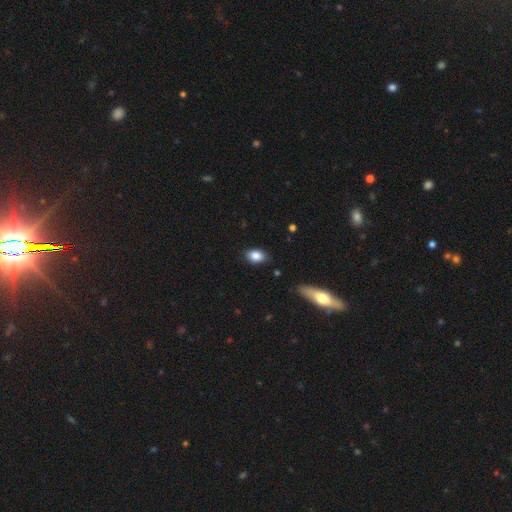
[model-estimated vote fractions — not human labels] Smooth or featured?
  - smooth: 86% *
  - star or artifact: 8%
  - featured or disk: 6%
How rounded?
  - in between: 84% *
  - round: 15%
  - cigar-shaped: 2%
Merging?
  - none: 84% *
  - minor disturbance: 12%
  - major disturbance: 2%
  - merger: 1%